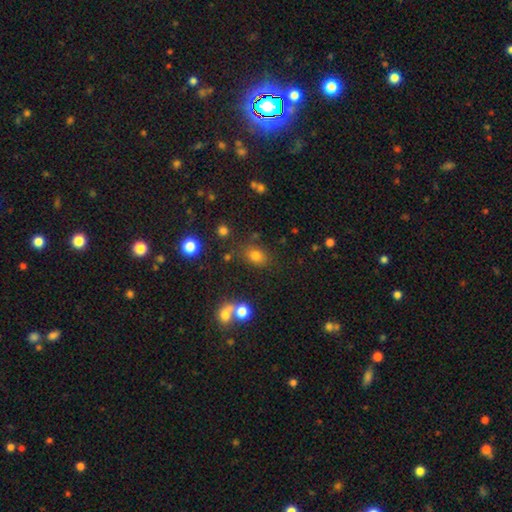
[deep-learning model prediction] smooth-or-featured: smooth: 77% | star or artifact: 15% | featured or disk: 8%
  how-rounded: in between: 61% | round: 38% | cigar-shaped: 1%
  merging: none: 74% | minor disturbance: 13% | merger: 7% | major disturbance: 5%